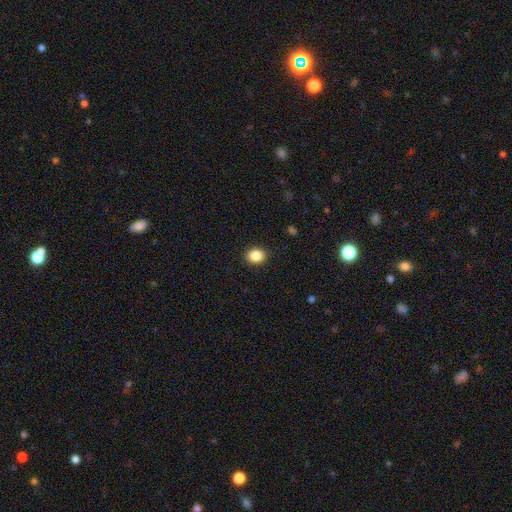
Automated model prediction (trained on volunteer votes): The model was most divided on "how rounded": round: 59%, in between: 40%, cigar-shaped: 1%. More confident: merging — none (91%); smooth or featured — smooth (87%).